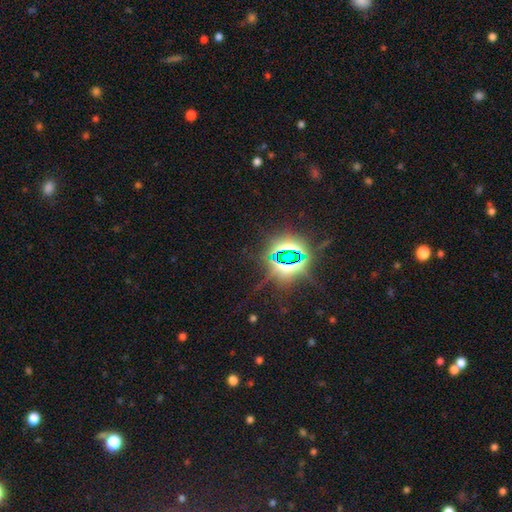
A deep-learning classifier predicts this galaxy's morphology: A star or artifact, not a galaxy (83%).